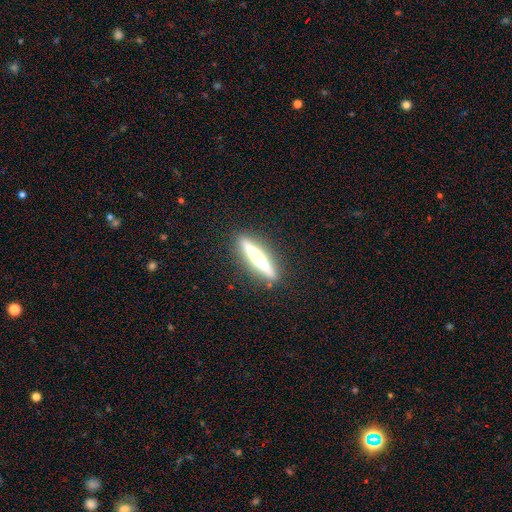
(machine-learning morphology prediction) type=featured or disk (56%); edge-on=yes (95%); edge-on bulge=none (58%); merging=none (90%).